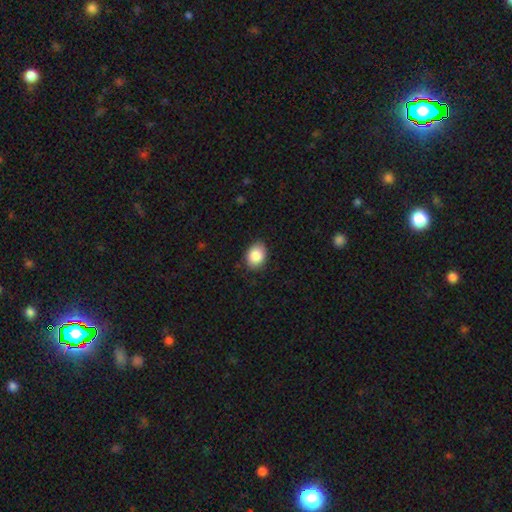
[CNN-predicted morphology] Smooth or featured?
  - smooth: 86% *
  - star or artifact: 8%
  - featured or disk: 6%
How rounded?
  - in between: 67% *
  - round: 32%
  - cigar-shaped: 1%
Merging?
  - none: 85% *
  - minor disturbance: 12%
  - major disturbance: 2%
  - merger: 1%